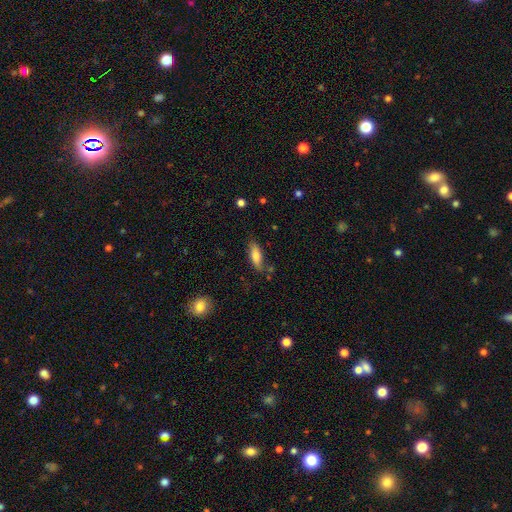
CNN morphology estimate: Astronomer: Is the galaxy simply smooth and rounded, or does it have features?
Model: smooth — 75%.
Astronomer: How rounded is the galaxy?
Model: in between — 65%.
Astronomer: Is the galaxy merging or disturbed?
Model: none — 74%.